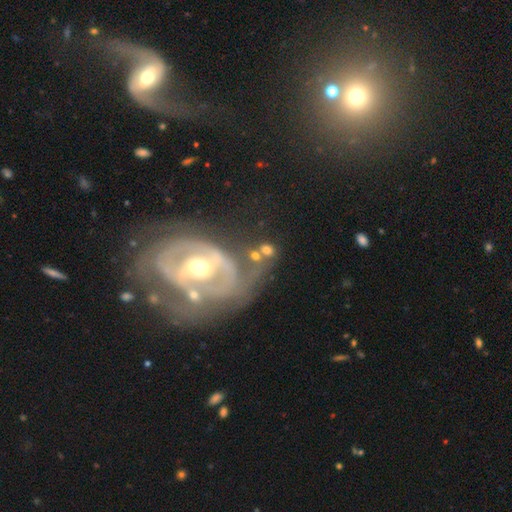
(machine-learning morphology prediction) Smooth or featured? Predicted: smooth (p=0.50). Merging? Predicted: none (p=0.45).